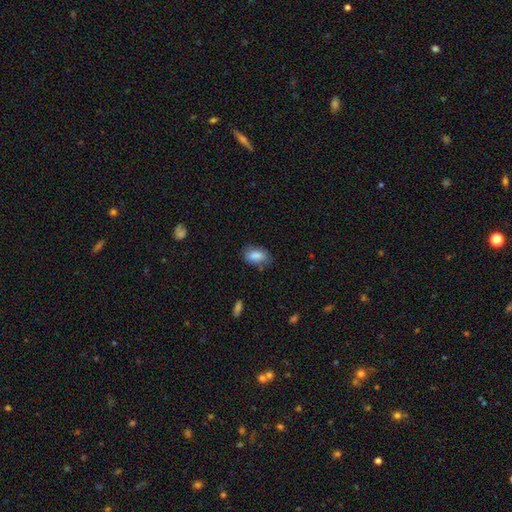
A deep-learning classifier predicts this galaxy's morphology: smooth-or-featured: smooth: 86% | star or artifact: 8% | featured or disk: 7%
  how-rounded: in between: 90% | round: 8% | cigar-shaped: 3%
  merging: none: 71% | minor disturbance: 22% | major disturbance: 5% | merger: 2%